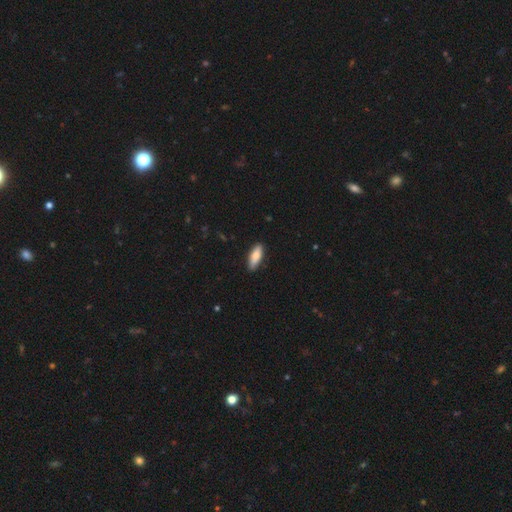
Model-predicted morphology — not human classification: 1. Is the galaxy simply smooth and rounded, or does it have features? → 80% smooth, 14% featured or disk, 6% star or artifact.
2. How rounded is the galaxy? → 61% in between, 37% cigar-shaped, 2% round.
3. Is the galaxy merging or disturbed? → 85% none, 12% minor disturbance, 2% major disturbance, 1% merger.